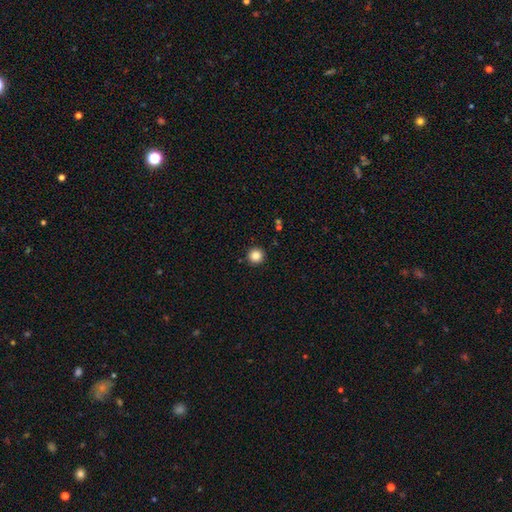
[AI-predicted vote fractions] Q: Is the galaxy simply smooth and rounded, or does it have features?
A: smooth — 85%.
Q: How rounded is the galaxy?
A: round — 96%.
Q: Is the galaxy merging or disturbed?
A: none — 92%.